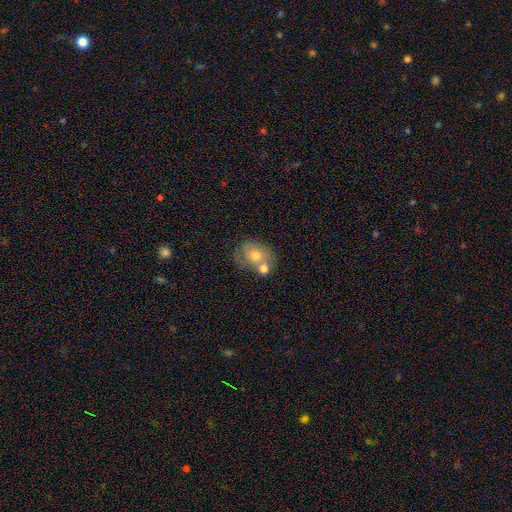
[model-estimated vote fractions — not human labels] Smooth or featured? Predicted: smooth (p=0.65). How rounded? Predicted: round (p=0.52). Merging? Predicted: none (p=0.46).